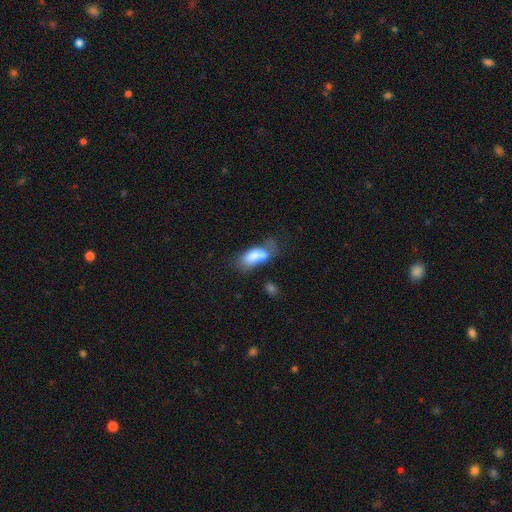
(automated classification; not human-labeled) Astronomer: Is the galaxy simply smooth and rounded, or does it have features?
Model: smooth — 73%.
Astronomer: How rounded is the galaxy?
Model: in between — 84%.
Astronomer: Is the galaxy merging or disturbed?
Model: merger — 44% (runner-up: none, 22%).